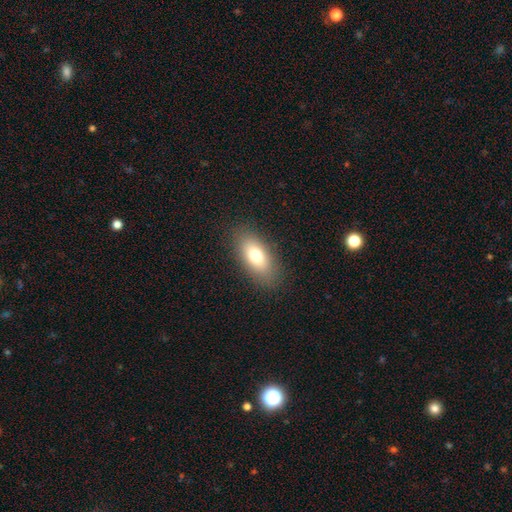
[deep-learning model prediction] Smooth or featured: smooth — 75% (featured or disk — 16%)
How rounded: in between — 87% (cigar-shaped — 8%)
Merging: none — 86% (minor disturbance — 9%)